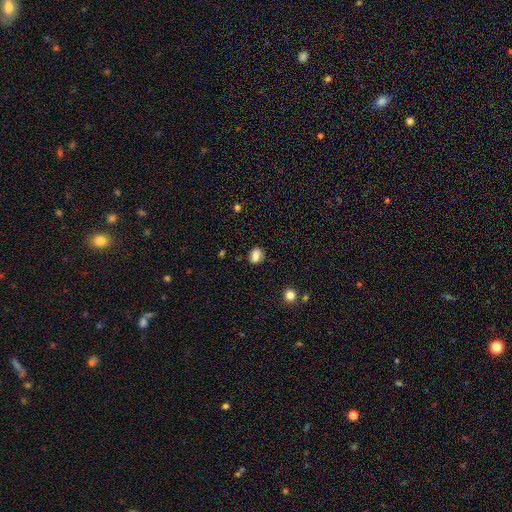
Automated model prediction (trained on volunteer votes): smooth 82%, star or artifact 10%, featured or disk 8%. Down the decision tree: how rounded — in between (56%); merging — none (80%).